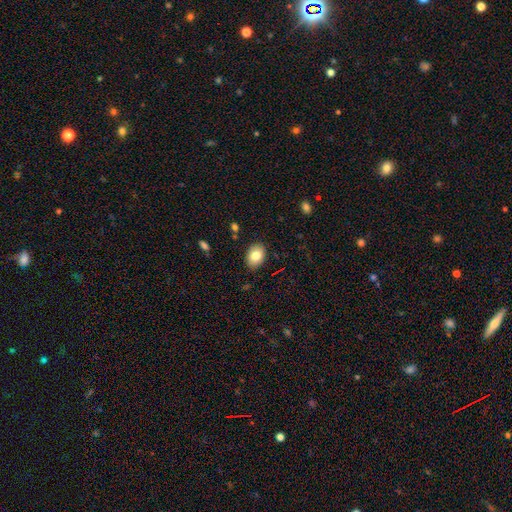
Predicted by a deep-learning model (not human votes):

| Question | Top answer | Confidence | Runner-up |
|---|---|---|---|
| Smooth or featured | smooth | 81% | featured or disk (11%) |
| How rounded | in between | 81% | round (18%) |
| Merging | none | 88% | minor disturbance (9%) |